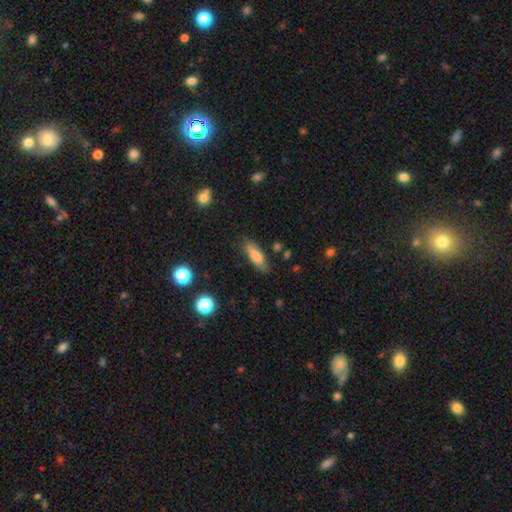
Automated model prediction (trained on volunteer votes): Smooth or featured: smooth — 78% (featured or disk — 14%)
How rounded: in between — 57% (cigar-shaped — 41%)
Merging: none — 77% (minor disturbance — 17%)